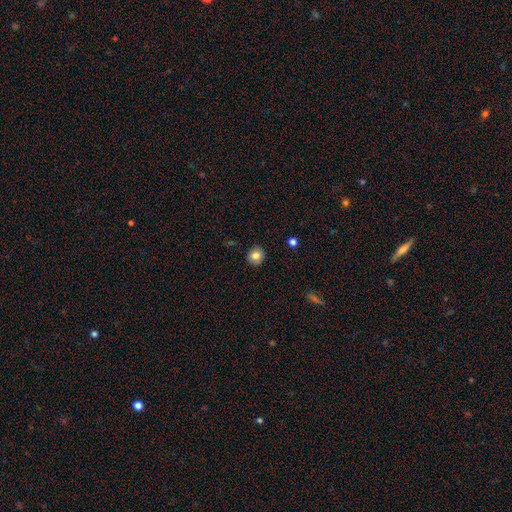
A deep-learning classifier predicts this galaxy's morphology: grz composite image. It shows a smooth galaxy with no disk features (81%) that is round (87%). Merging: none (90%).